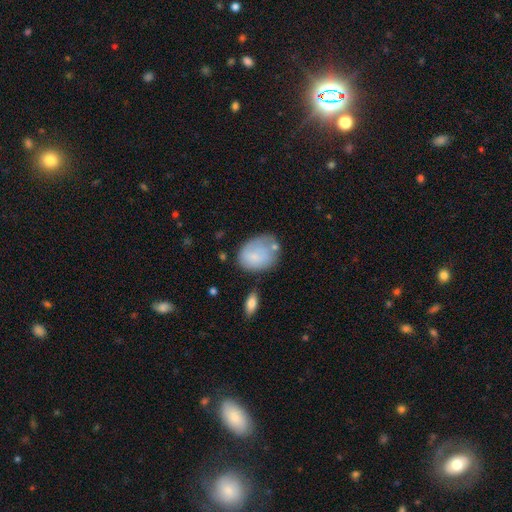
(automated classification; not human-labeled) Smooth or featured? Predicted: smooth (p=0.73). How rounded? Predicted: in between (p=0.59). Merging? Predicted: none (p=0.48).